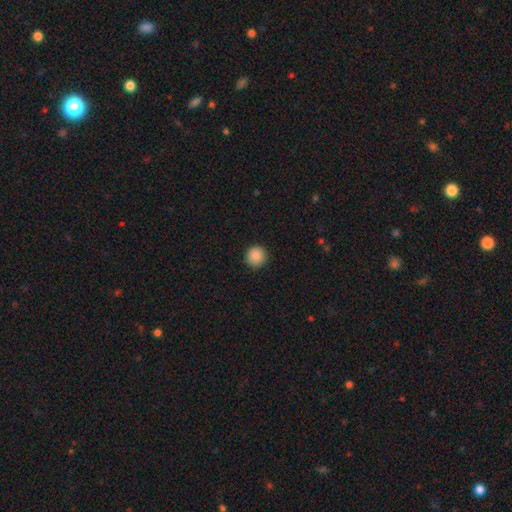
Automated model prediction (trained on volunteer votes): A smooth galaxy with no disk features (88%) that is round (96%).

Vote fractions:
- Smooth or featured? smooth: 88% / star or artifact: 9% / featured or disk: 3%
- How rounded? round: 96% / in between: 3% / cigar-shaped: 1%
- Merging? none: 92% / minor disturbance: 5% / major disturbance: 2% / merger: 1%